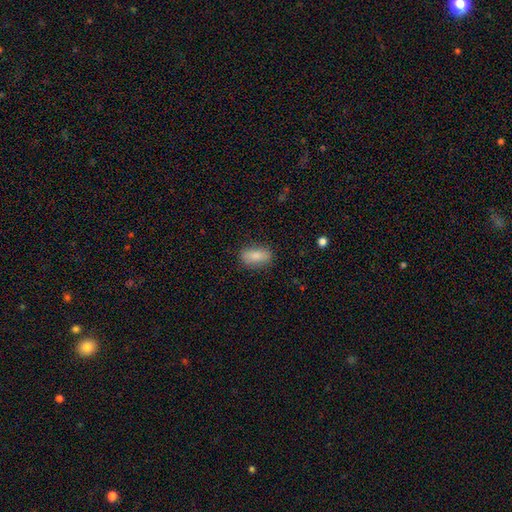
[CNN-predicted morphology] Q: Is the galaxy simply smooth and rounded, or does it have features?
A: smooth — 84%.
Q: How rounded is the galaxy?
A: in between — 88%.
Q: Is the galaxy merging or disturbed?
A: none — 84%.